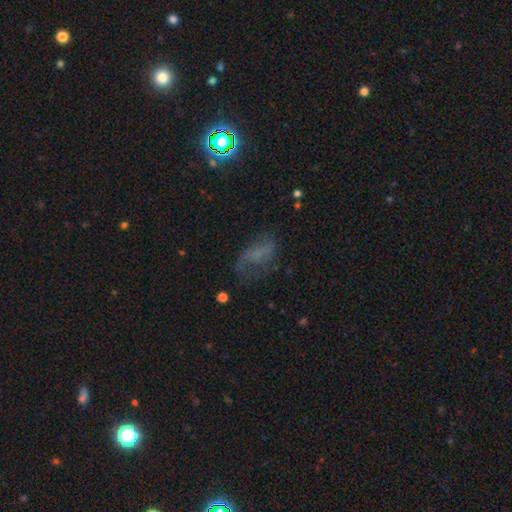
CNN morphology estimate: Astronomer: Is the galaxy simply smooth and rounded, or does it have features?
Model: featured or disk — 43% (runner-up: smooth, 35%).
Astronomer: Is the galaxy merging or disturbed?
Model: none — 53%.